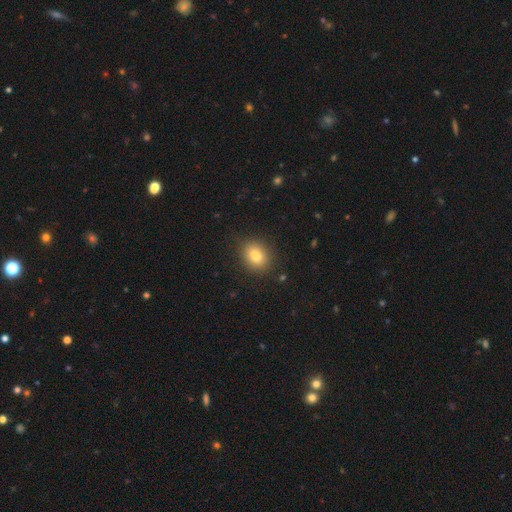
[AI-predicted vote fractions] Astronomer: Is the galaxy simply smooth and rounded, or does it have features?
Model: smooth — 80%.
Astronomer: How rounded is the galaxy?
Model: in between — 51% (runner-up: round, 48%).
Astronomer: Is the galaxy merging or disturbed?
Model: none — 86%.